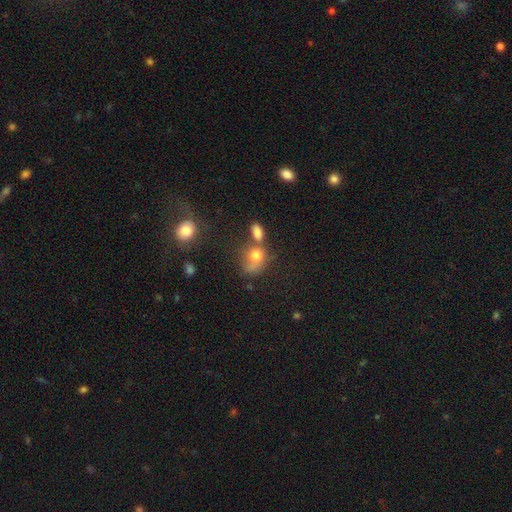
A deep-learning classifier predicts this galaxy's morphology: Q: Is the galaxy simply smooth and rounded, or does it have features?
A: smooth — 72%.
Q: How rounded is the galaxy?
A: round — 54%.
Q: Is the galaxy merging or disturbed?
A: merger — 33%.